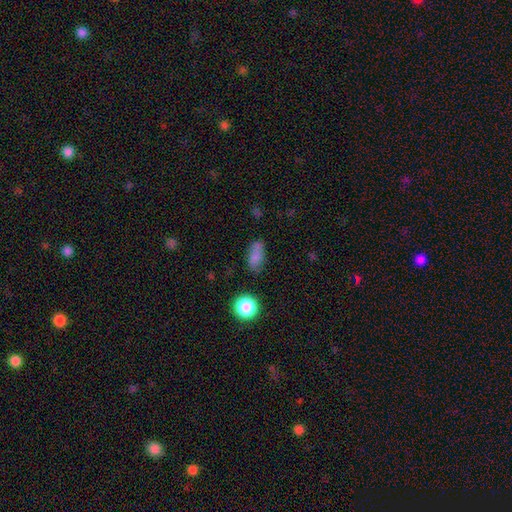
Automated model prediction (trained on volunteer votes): Smooth or featured? Predicted: smooth (p=0.76). How rounded? Predicted: in between (p=0.81). Merging? Predicted: none (p=0.62).